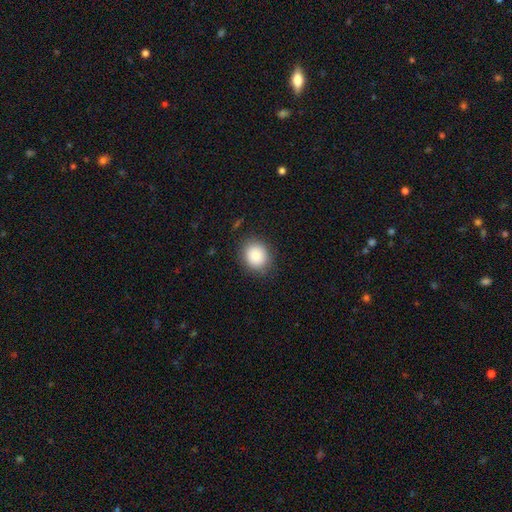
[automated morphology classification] Smooth or featured: smooth — 86% (star or artifact — 8%)
How rounded: round — 77% (in between — 22%)
Merging: none — 86% (minor disturbance — 10%)